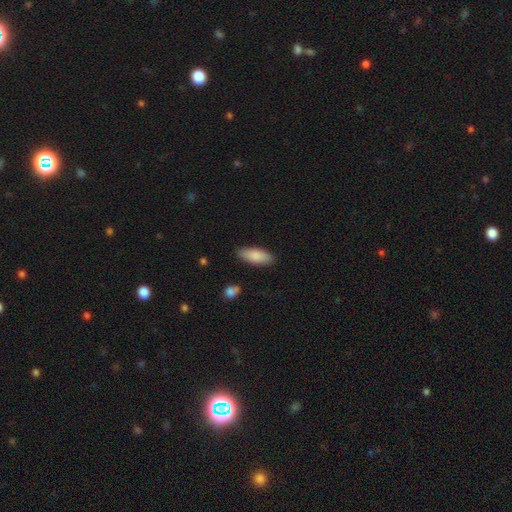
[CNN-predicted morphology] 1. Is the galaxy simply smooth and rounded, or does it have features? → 86% smooth, 9% featured or disk, 6% star or artifact.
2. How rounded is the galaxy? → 75% in between, 23% cigar-shaped, 2% round.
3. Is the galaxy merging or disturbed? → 86% none, 10% minor disturbance, 2% major disturbance, 2% merger.